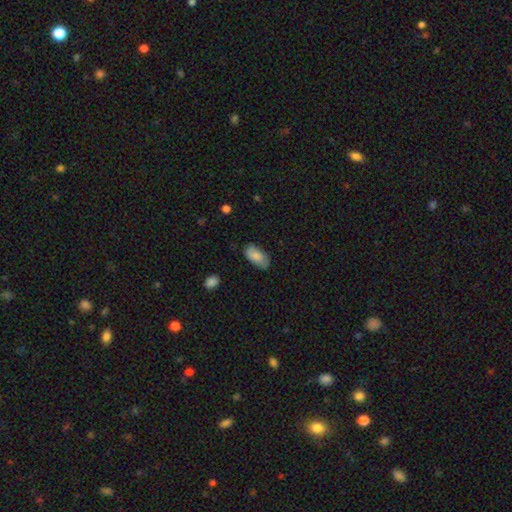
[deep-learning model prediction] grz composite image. It shows a smooth galaxy with no disk features (82%) that is in between round and cigar-shaped (94%). Merging: none (75%).